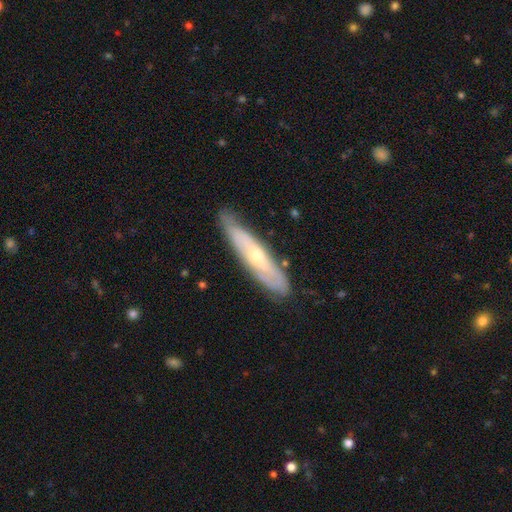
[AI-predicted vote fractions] featured or disk 62%, smooth 32%, star or artifact 6%. Down the decision tree: edge-on disk — yes (55%); merging — none (76%).